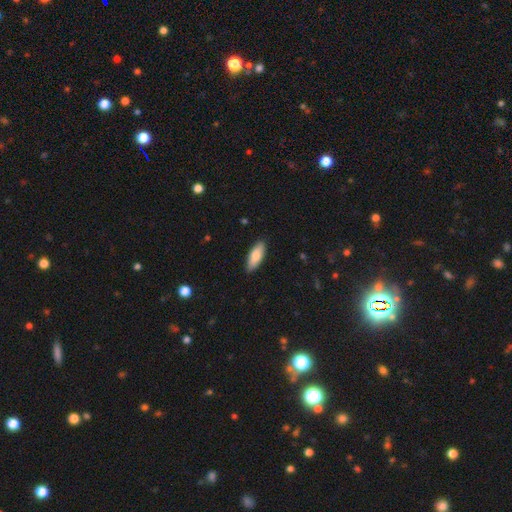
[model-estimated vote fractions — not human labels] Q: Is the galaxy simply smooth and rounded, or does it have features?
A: smooth — 80%.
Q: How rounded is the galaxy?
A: in between — 72%.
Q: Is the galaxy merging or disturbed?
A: none — 87%.